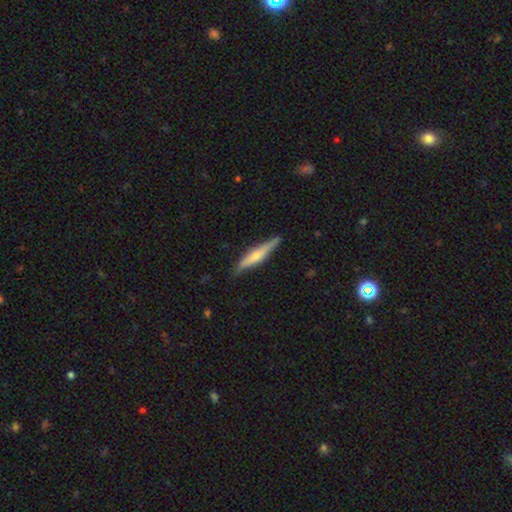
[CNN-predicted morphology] The model was most divided on "smooth or featured": featured or disk: 53%, smooth: 41%, star or artifact: 5%. More confident: edge-on disk — yes (95%); merging — none (83%); edge-on bulge — rounded (71%).